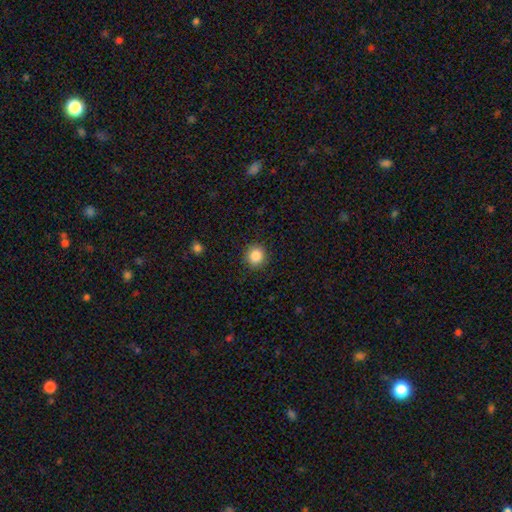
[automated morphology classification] The model was most divided on "smooth or featured": smooth: 86%, star or artifact: 10%, featured or disk: 4%. More confident: merging — none (90%); how rounded — round (88%).